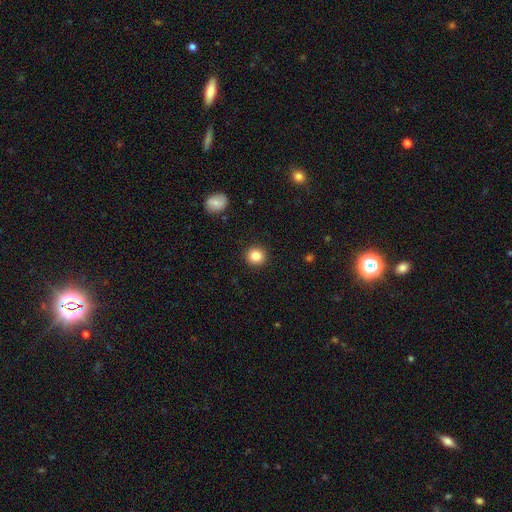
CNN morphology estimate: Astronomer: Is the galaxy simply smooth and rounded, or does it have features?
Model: smooth — 86%.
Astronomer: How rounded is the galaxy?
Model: round — 91%.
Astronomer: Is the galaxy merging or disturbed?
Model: none — 92%.